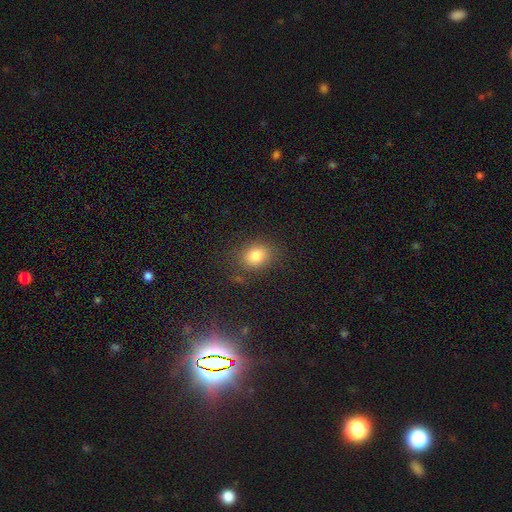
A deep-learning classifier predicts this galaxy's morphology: Overall: smooth (81%). How rounded: in between (53%; round 46%). Merging: none (79%).